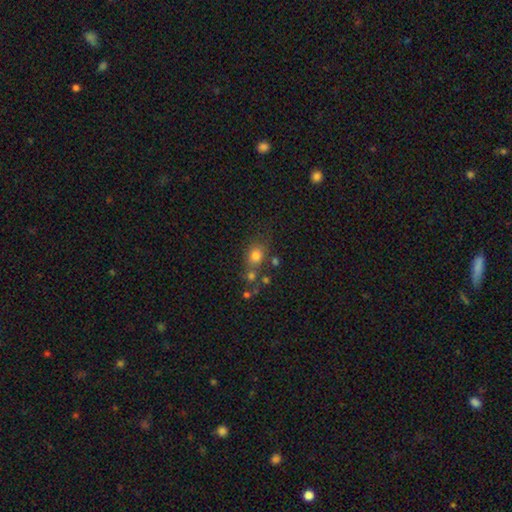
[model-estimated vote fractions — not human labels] Q: Smooth or featured?
A: smooth (75%); runner-up: star or artifact (14%)
Q: How rounded?
A: round (63%); runner-up: in between (35%)
Q: Merging?
A: none (55%); runner-up: merger (21%)